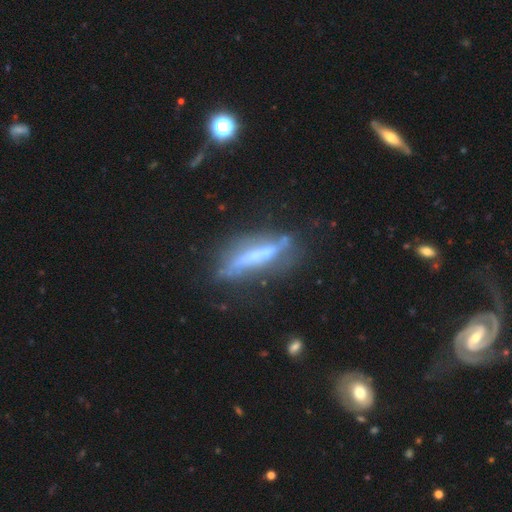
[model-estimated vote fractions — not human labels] Smooth or featured? featured or disk (68%)
Edge-on disk? yes (70%)
Merging? none (58%)